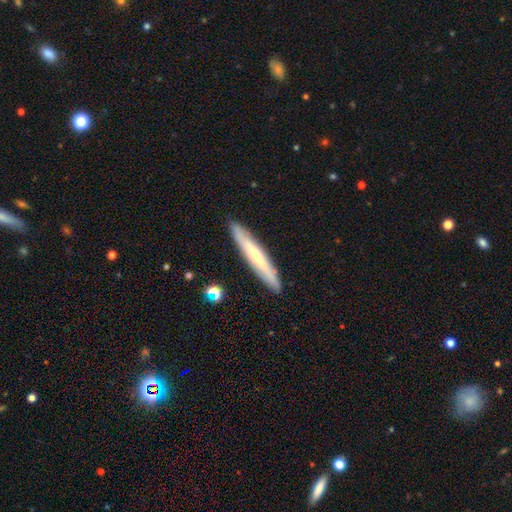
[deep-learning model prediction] This appears to be a featured or disk galaxy (47%, tied with smooth). Merging: none (90%).